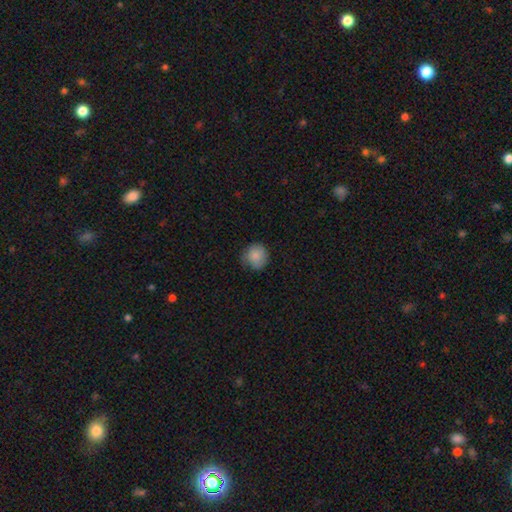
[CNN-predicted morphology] type=smooth (84%); roundness=round (88%); merging=none (69%).